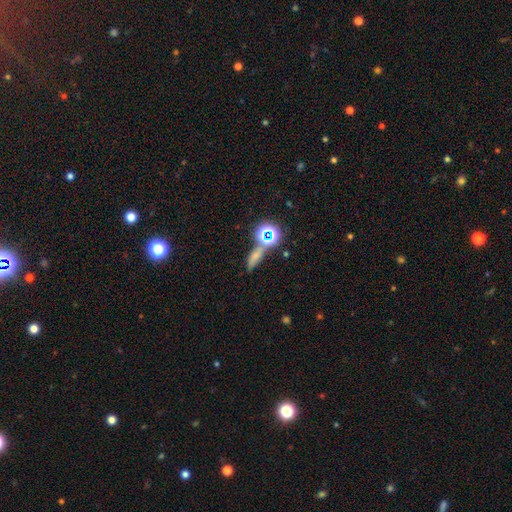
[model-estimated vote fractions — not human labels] This appears to be a smooth galaxy with no disk features (54%) that is in between round and cigar-shaped (42%). Merging: none (58%).